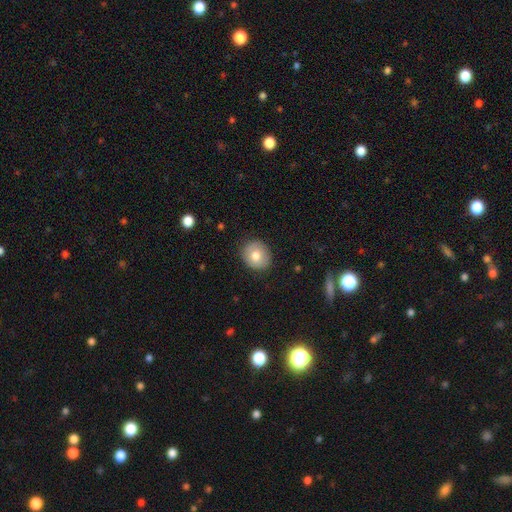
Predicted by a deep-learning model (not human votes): Smooth or featured? smooth (77%)
How rounded? round (79%)
Merging? none (87%)